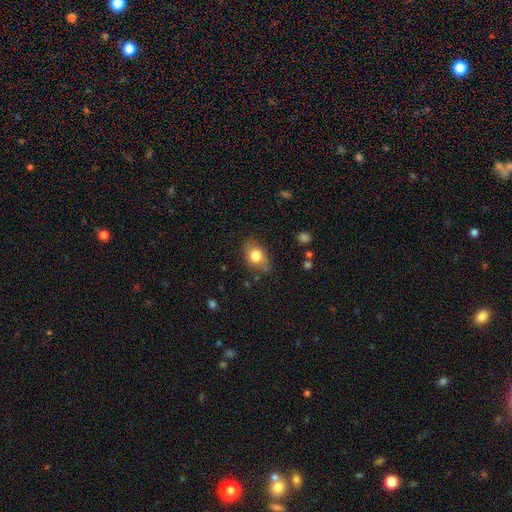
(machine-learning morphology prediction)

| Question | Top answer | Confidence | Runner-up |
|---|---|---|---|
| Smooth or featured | smooth | 77% | featured or disk (15%) |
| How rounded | in between | 76% | round (22%) |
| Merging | none | 69% | minor disturbance (23%) |